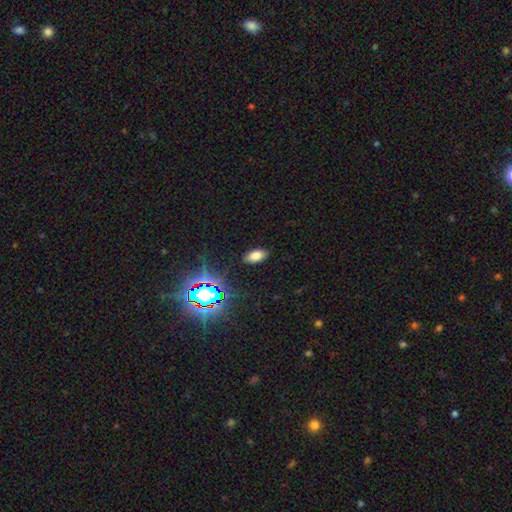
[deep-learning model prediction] Morphology: type=smooth (74%); roundness=in between (91%); merging=none (87%).